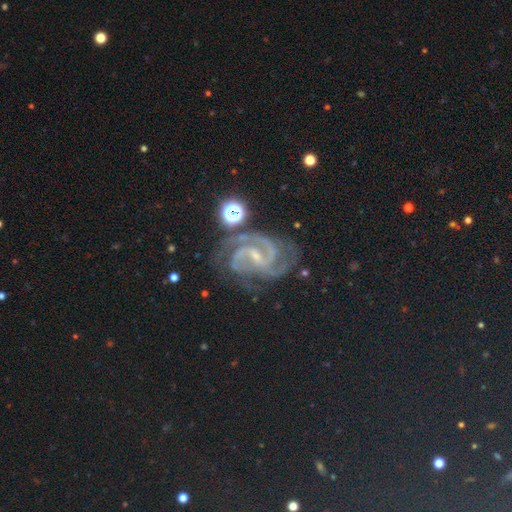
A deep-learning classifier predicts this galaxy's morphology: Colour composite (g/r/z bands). It shows a featured or disk galaxy (82%) with a weak bar (49%), 2 (51%) medium (51%) spiral arms (98%) and a small central bulge (76%). Merging: none (68%).